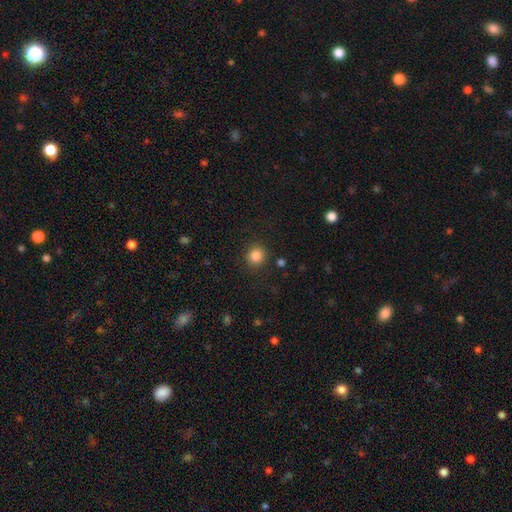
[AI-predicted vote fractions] This appears to be a smooth galaxy with no disk features (85%) that is round (87%). Merging: none (88%).